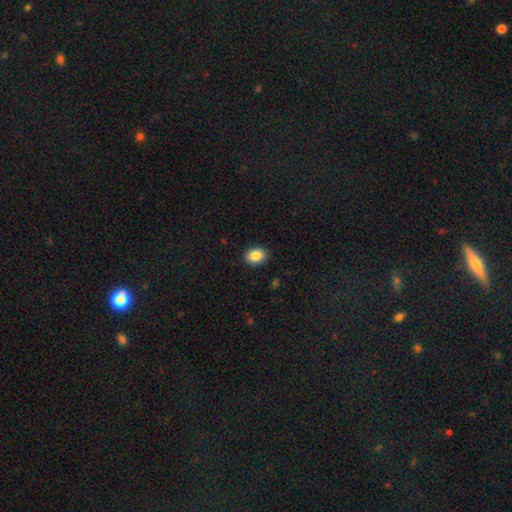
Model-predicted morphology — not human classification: This is clearly a smooth galaxy (87%). How rounded: likely in between (61%). Merging: clearly none (90%).